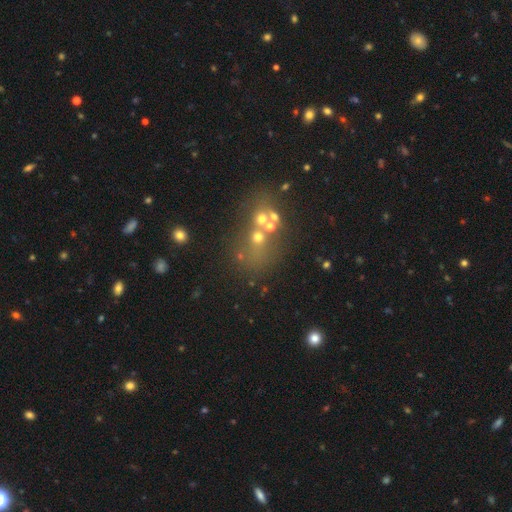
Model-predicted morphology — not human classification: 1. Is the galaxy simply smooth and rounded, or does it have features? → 41% star or artifact, 39% smooth, 20% featured or disk.